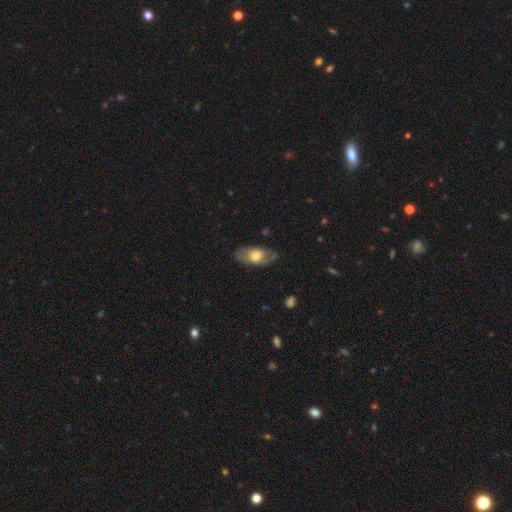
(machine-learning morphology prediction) smooth_or_featured: featured or disk (p=0.51) [alt: smooth p=0.43]
disk_edge_on: no (p=0.83) [alt: yes p=0.17]
merging: none (p=0.75) [alt: minor disturbance p=0.17]